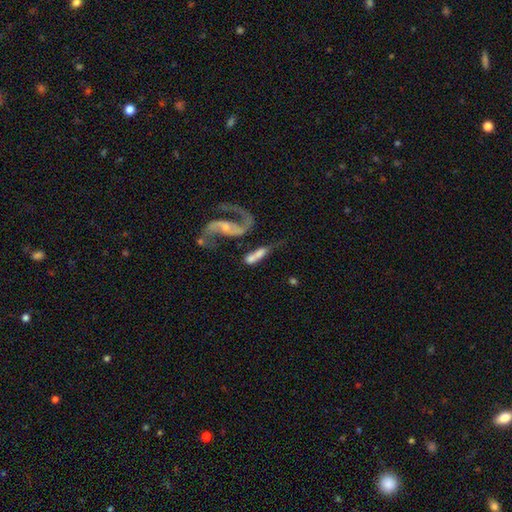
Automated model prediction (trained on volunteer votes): featured or disk 51%, smooth 40%, star or artifact 9%. Down the decision tree: edge-on disk — no (83%); merging — merger (42%).